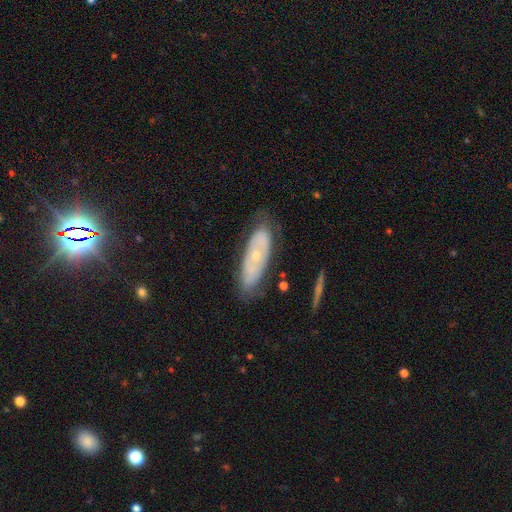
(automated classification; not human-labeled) Smooth or featured? Predicted: featured or disk (p=0.59). Edge-on disk? Predicted: no (p=0.79). Merging? Predicted: none (p=0.74).